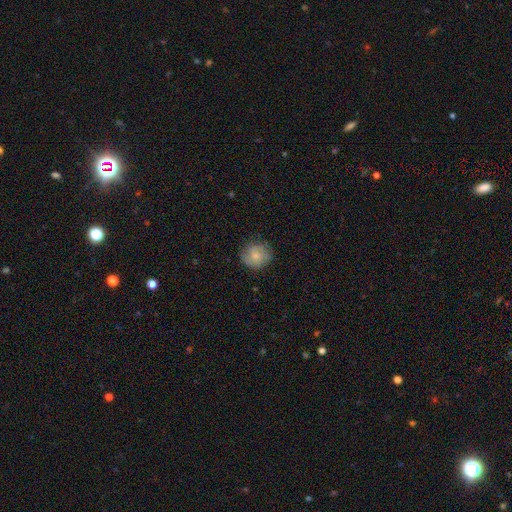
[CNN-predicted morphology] smooth_or_featured: smooth (p=0.62) [alt: featured or disk p=0.31]
how_rounded: round (p=0.86) [alt: in between p=0.13]
merging: none (p=0.76) [alt: minor disturbance p=0.18]